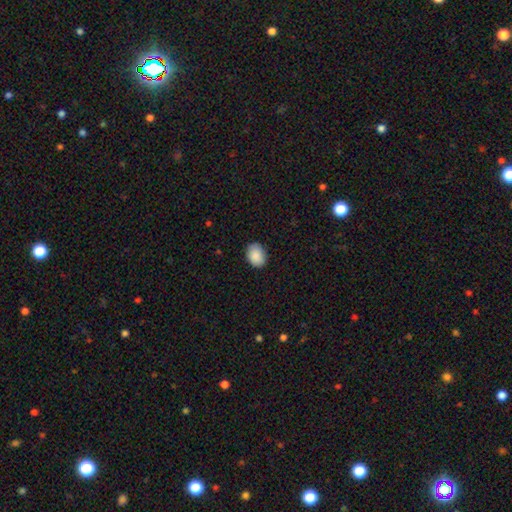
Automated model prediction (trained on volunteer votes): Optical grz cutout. It shows a smooth galaxy with no disk features (89%) that is in between round and cigar-shaped (69%). Merging: none (84%).